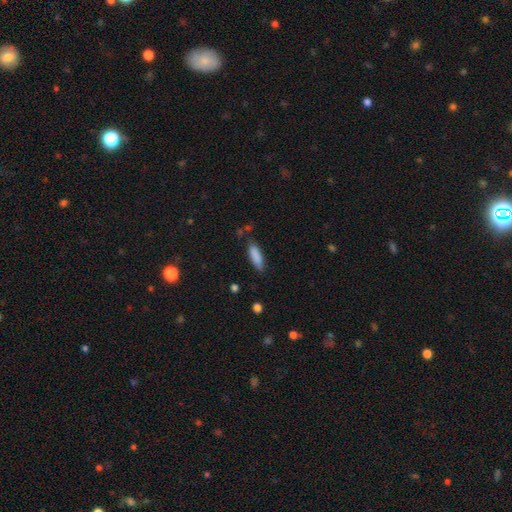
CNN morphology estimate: smooth-or-featured: smooth: 87% | star or artifact: 7% | featured or disk: 7%
  how-rounded: cigar-shaped: 51% | in between: 47% | round: 2%
  merging: none: 77% | minor disturbance: 17% | major disturbance: 3% | merger: 3%